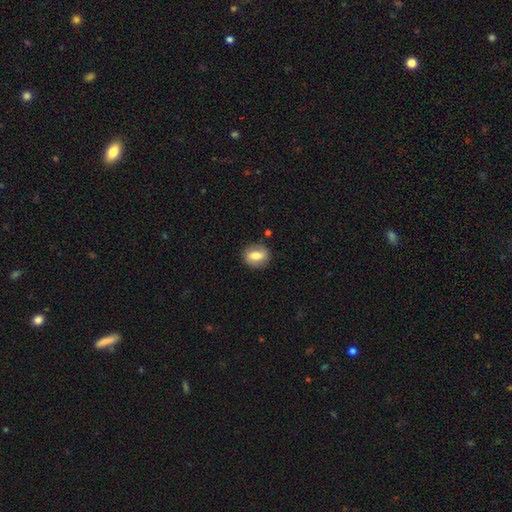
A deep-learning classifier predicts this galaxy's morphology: Smooth or featured? Predicted: smooth (p=0.70). How rounded? Predicted: round (p=0.57). Merging? Predicted: none (p=0.83).